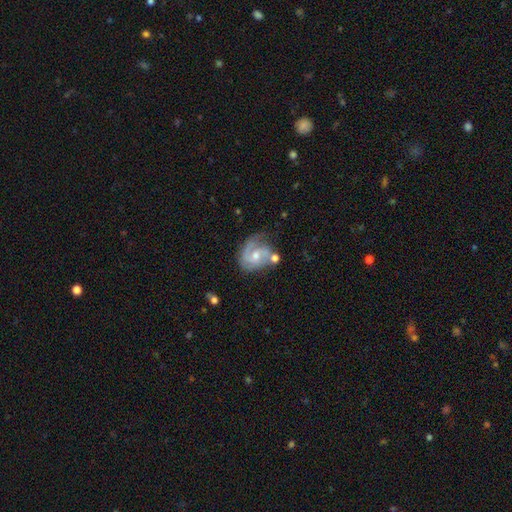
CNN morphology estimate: A featured or disk galaxy (79%) with no bar (55%), 2 (62%) medium (47%) spiral arms (93%) and a moderate central bulge (56%).

Vote fractions:
- Smooth or featured? featured or disk: 79% / smooth: 15% / star or artifact: 6%
- Edge-on disk? no: 98% / yes: 2%
- Bar? no: 55% / weak: 38% / strong: 6%
- Spiral arms? yes: 93% / no: 7%
- Spiral winding? medium: 47% / tight: 35% / loose: 18%
- Spiral arm count? 2: 62% / 1: 16% / can't tell: 11% / 3: 8% / 4: 2% / more than 4: 2%
- Bulge size? moderate: 56% / small: 36% / large: 3% / none: 3% / dominant: 1%
- Merging? none: 47% / minor disturbance: 23% / merger: 16% / major disturbance: 14%